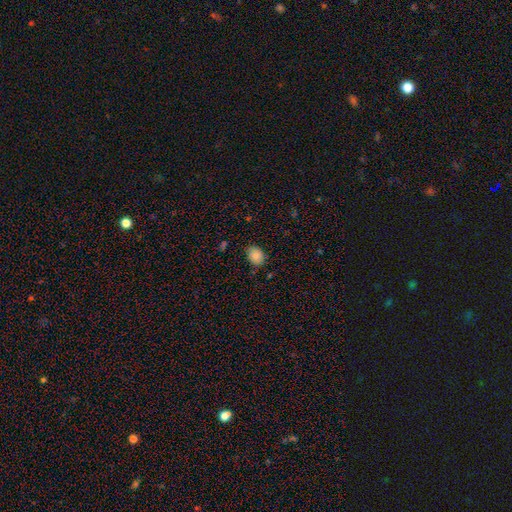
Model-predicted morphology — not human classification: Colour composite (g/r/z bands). It shows a smooth galaxy with no disk features (82%) that is in between round and cigar-shaped (65%). Merging: none (79%).